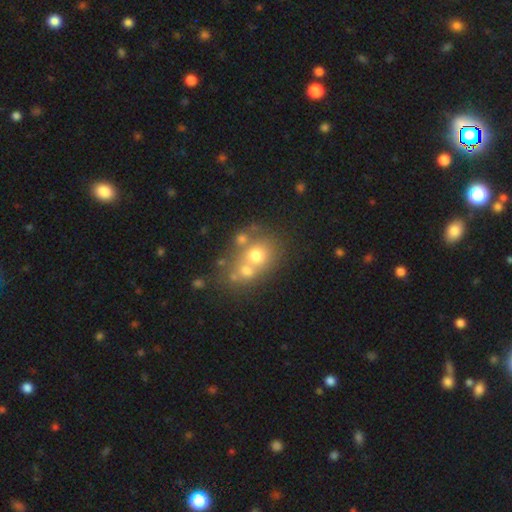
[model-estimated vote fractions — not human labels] smooth-or-featured: smooth: 60% | featured or disk: 25% | star or artifact: 15%
  how-rounded: round: 68% | in between: 31% | cigar-shaped: 1%
  merging: merger: 46% | none: 39% | minor disturbance: 10% | major disturbance: 6%